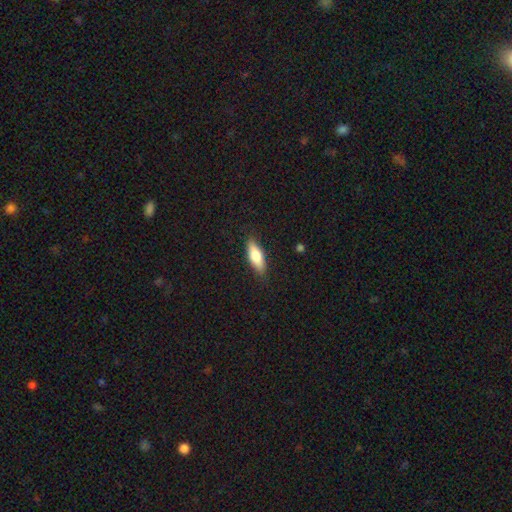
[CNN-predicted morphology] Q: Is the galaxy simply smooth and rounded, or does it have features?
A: smooth — 73%.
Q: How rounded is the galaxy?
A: in between — 62%.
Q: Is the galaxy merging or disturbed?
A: none — 85%.